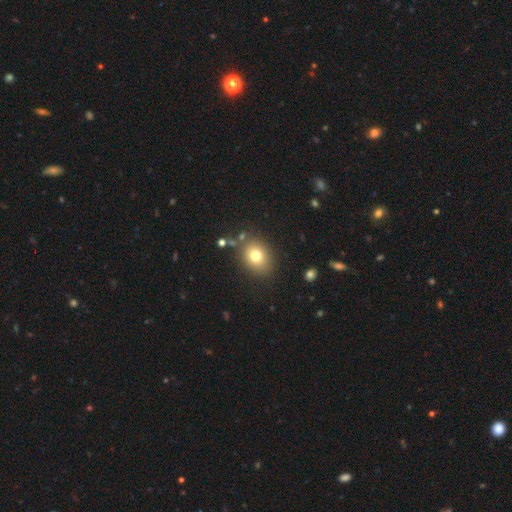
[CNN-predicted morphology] Q: Smooth or featured?
A: smooth (76%); runner-up: star or artifact (12%)
Q: How rounded?
A: round (51%); runner-up: in between (48%)
Q: Merging?
A: none (82%); runner-up: minor disturbance (10%)